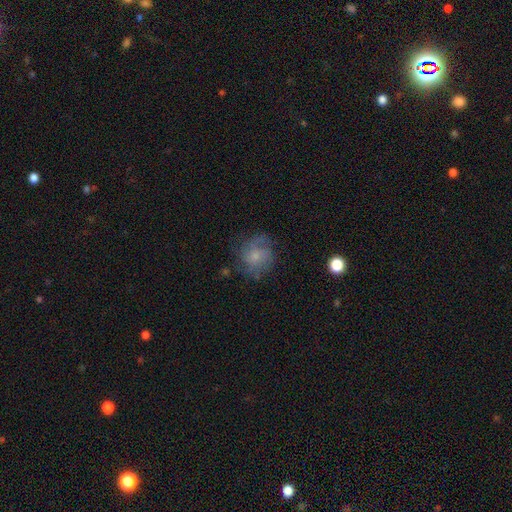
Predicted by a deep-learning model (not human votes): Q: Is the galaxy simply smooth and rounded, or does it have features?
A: smooth — 47%.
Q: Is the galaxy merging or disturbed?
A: none — 65%.